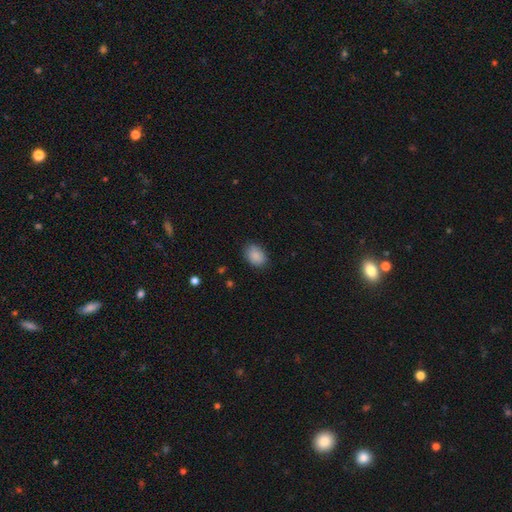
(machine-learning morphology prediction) Smooth or featured? smooth (88%)
How rounded? in between (72%)
Merging? none (83%)